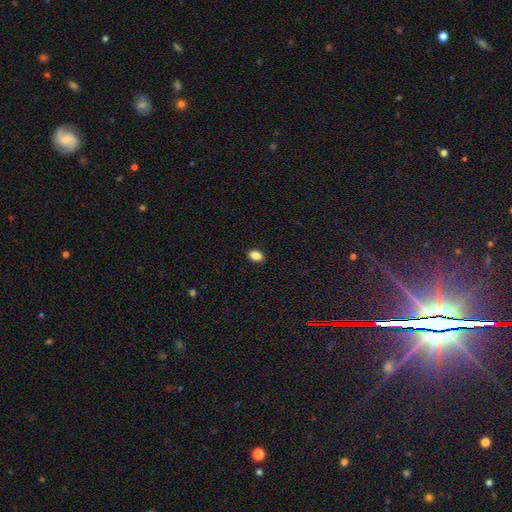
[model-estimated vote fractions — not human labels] A smooth galaxy with no disk features (84%) that is in between round and cigar-shaped (79%). Merging: none (90%).